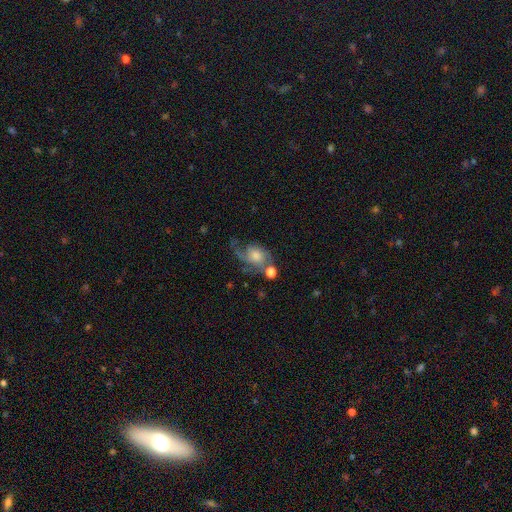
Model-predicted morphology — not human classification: Smooth or featured?
  - featured or disk: 72% *
  - smooth: 18%
  - star or artifact: 10%
Edge-on disk?
  - no: 96% *
  - yes: 4%
Bar?
  - no: 74% *
  - weak: 23%
  - strong: 4%
Spiral arms?
  - yes: 91% *
  - no: 9%
Spiral winding?
  - loose: 42% *
  - medium: 41%
  - tight: 17%
Spiral arm count?
  - 2: 46% *
  - 1: 23%
  - can't tell: 14%
  - 3: 10%
  - 4: 3%
  - more than 4: 3%
Bulge size?
  - moderate: 48% *
  - small: 27%
  - large: 16%
  - none: 7%
  - dominant: 3%
Merging?
  - none: 46% *
  - major disturbance: 24%
  - minor disturbance: 20%
  - merger: 10%